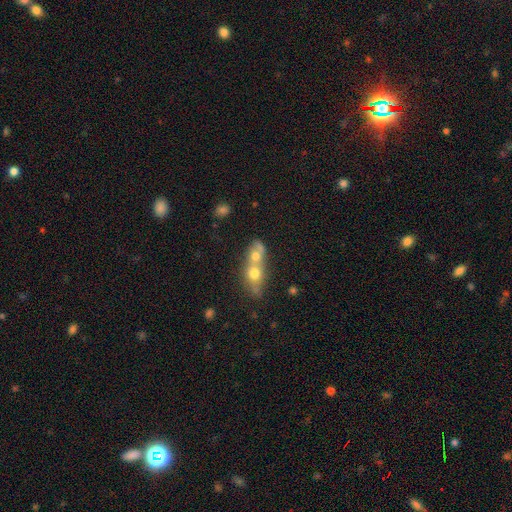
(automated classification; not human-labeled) The model was most divided on "how rounded": round: 51%, in between: 42%, cigar-shaped: 7%. More confident: merging — merger (76%); smooth or featured — smooth (63%).